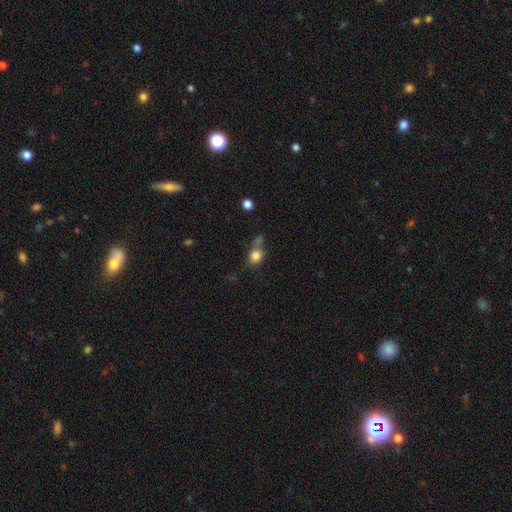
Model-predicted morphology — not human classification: Smooth or featured?
  - smooth: 80% *
  - star or artifact: 11%
  - featured or disk: 8%
How rounded?
  - round: 64% *
  - in between: 35%
  - cigar-shaped: 2%
Merging?
  - none: 46% *
  - merger: 24%
  - minor disturbance: 20%
  - major disturbance: 10%